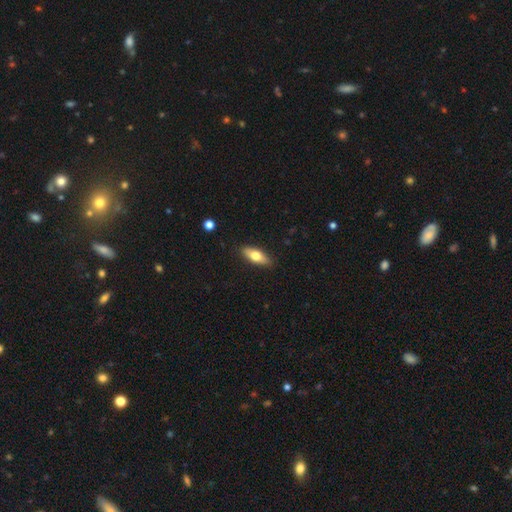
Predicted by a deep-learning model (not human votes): Morphology: type=smooth (65%); roundness=in between (70%); merging=none (88%).